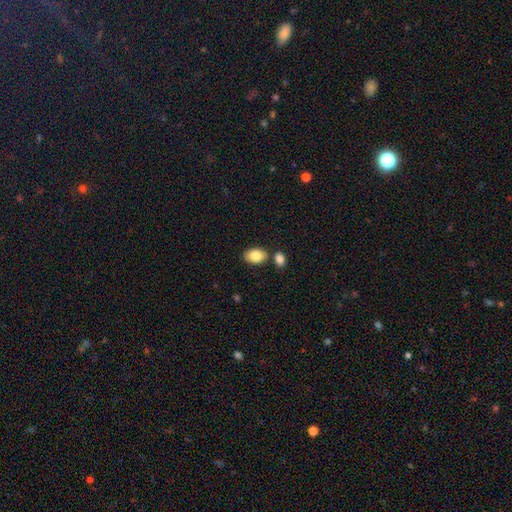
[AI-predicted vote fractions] smooth-or-featured: smooth: 86% | star or artifact: 7% | featured or disk: 7%
  how-rounded: in between: 85% | round: 13% | cigar-shaped: 1%
  merging: none: 72% | merger: 14% | minor disturbance: 11% | major disturbance: 3%